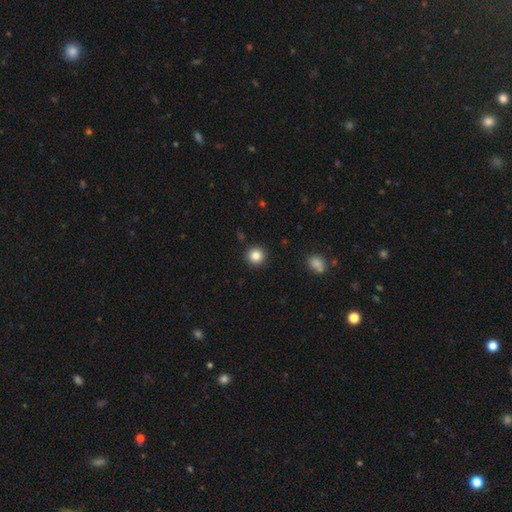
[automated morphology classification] This is clearly a smooth galaxy (85%). How rounded: clearly round (94%). Merging: clearly none (92%).